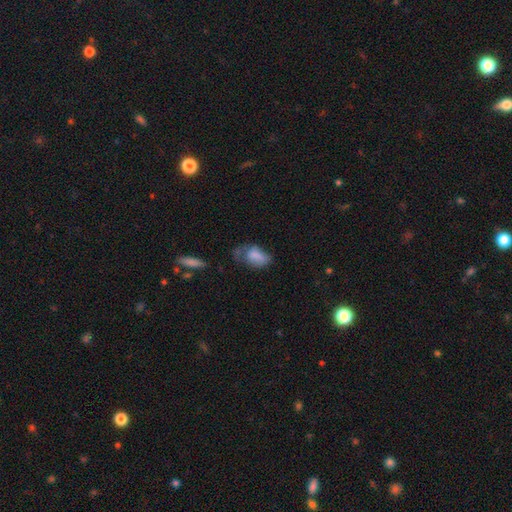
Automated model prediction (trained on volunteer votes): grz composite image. It shows a smooth galaxy with no disk features (73%) that is in between round and cigar-shaped (88%). Merging: major disturbance (34%).